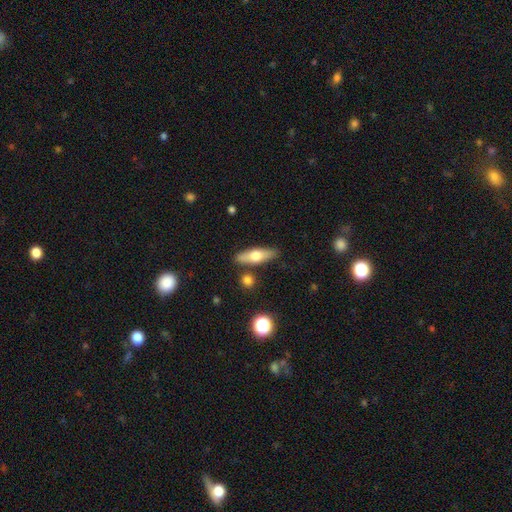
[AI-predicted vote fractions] This is possibly a smooth galaxy (56%). How rounded: possibly cigar-shaped (52%). Merging: clearly none (82%).